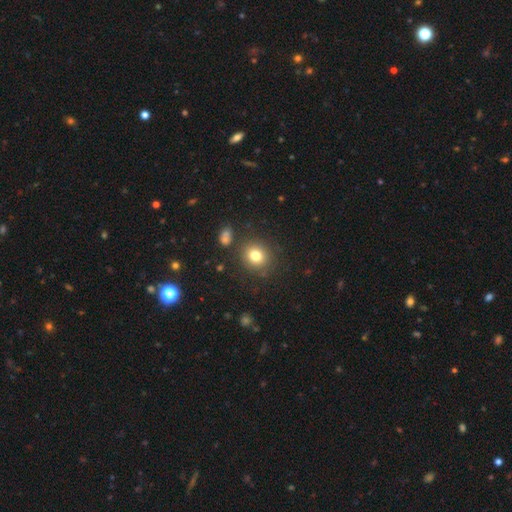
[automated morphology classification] Overall: smooth (79%). How rounded: round (79%). Merging: none (83%).